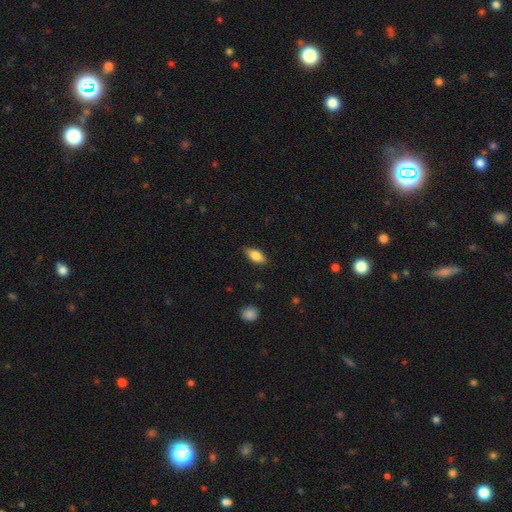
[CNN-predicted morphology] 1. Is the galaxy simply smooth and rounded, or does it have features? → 82% smooth, 11% featured or disk, 7% star or artifact.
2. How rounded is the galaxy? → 87% in between, 10% cigar-shaped, 3% round.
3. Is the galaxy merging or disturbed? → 82% none, 14% minor disturbance, 3% major disturbance, 1% merger.